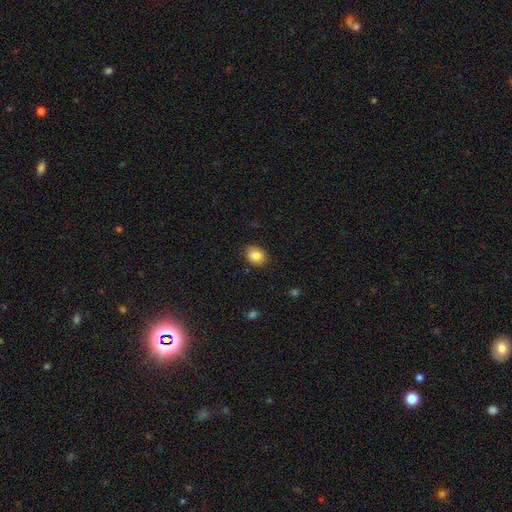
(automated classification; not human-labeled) The model was most divided on "how rounded": in between: 52%, round: 47%, cigar-shaped: 1%. More confident: merging — none (86%); smooth or featured — smooth (84%).